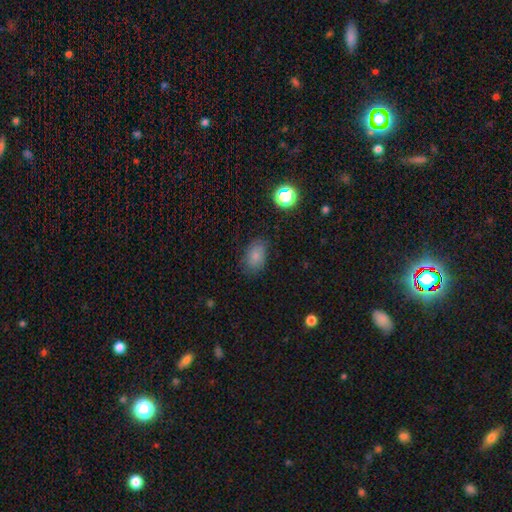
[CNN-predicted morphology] The model was most divided on "merging": none: 75%, minor disturbance: 18%, major disturbance: 5%, merger: 1%. More confident: how rounded — in between (84%); smooth or featured — smooth (78%).